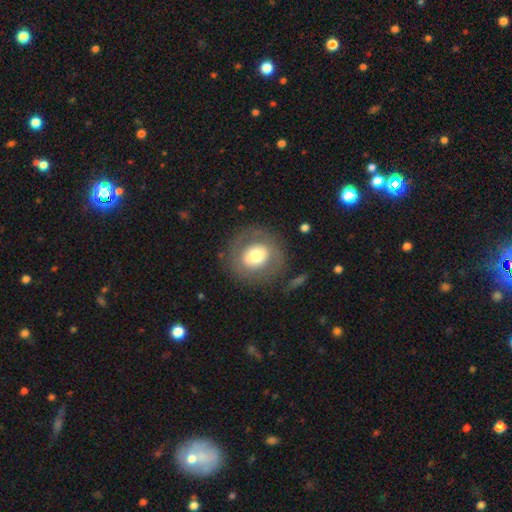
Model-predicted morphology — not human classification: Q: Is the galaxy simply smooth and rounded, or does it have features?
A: smooth — 56%.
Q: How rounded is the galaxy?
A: round — 86%.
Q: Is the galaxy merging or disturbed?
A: none — 80%.